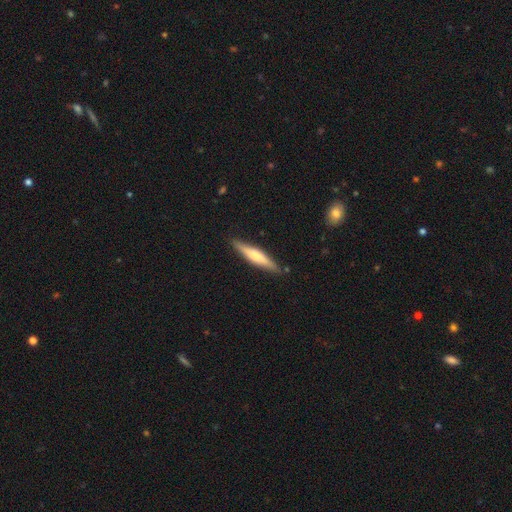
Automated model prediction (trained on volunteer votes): A featured or disk galaxy (48%). Merging: none (87%).